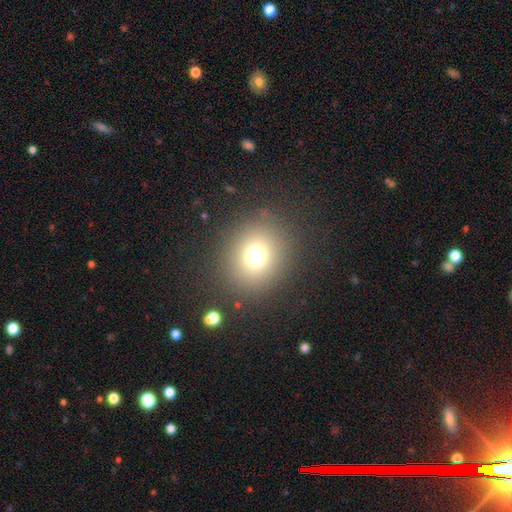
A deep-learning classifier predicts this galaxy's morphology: The model was most divided on "smooth or featured": smooth: 70%, star or artifact: 20%, featured or disk: 9%. More confident: merging — none (85%); how rounded — round (82%).